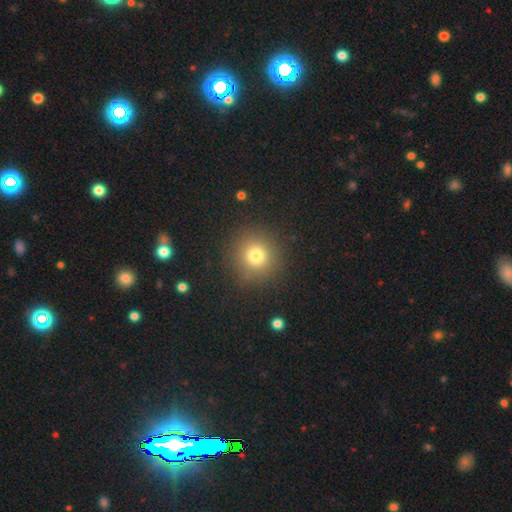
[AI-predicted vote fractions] The model was most divided on "smooth or featured": smooth: 76%, star or artifact: 16%, featured or disk: 9%. More confident: how rounded — round (94%); merging — none (89%).